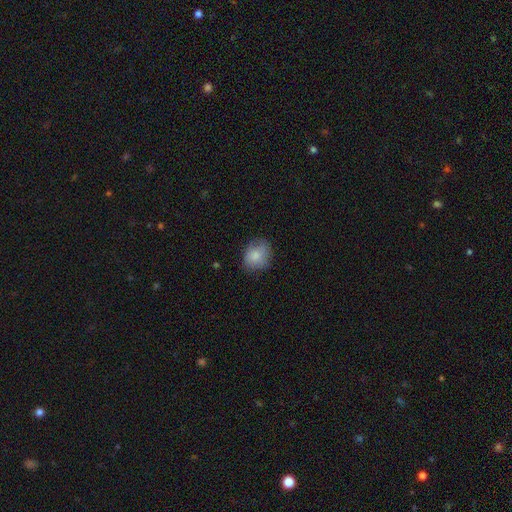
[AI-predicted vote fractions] Smooth or featured?
  - smooth: 81% *
  - featured or disk: 11%
  - star or artifact: 8%
How rounded?
  - round: 58% *
  - in between: 42%
  - cigar-shaped: 1%
Merging?
  - none: 67% *
  - minor disturbance: 25%
  - major disturbance: 7%
  - merger: 1%